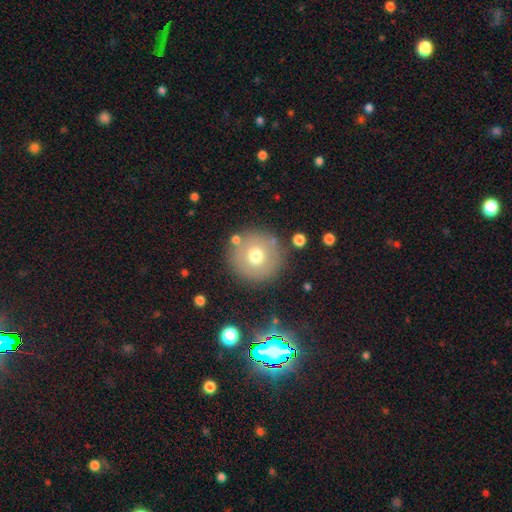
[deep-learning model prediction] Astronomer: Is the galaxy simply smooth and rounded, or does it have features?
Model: smooth — 67%.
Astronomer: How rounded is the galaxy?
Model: round — 96%.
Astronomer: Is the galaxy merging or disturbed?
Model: none — 84%.